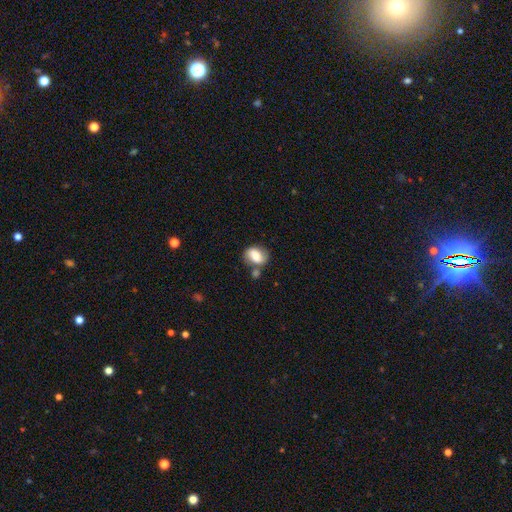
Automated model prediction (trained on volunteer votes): A smooth galaxy with no disk features (67%) that is in between round and cigar-shaped (64%).

Vote fractions:
- Smooth or featured? smooth: 67% / featured or disk: 25% / star or artifact: 8%
- How rounded? in between: 64% / round: 34% / cigar-shaped: 2%
- Merging? none: 58% / merger: 18% / minor disturbance: 18% / major disturbance: 5%